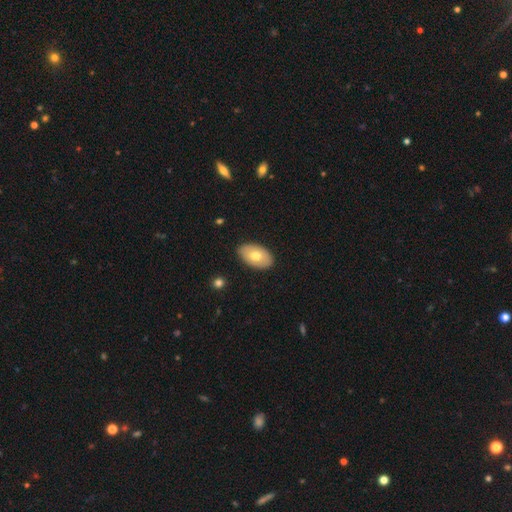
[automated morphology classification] Smooth or featured: smooth — 68% (featured or disk — 26%)
How rounded: in between — 94% (round — 5%)
Merging: none — 86% (minor disturbance — 11%)